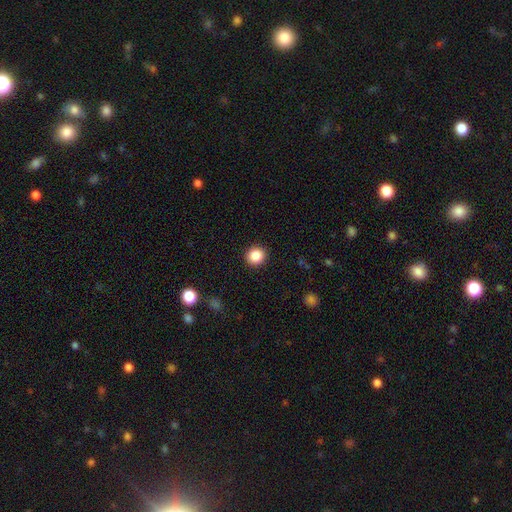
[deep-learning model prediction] Q: Smooth or featured?
A: smooth (86%); runner-up: star or artifact (10%)
Q: How rounded?
A: round (88%); runner-up: in between (11%)
Q: Merging?
A: none (92%); runner-up: minor disturbance (5%)